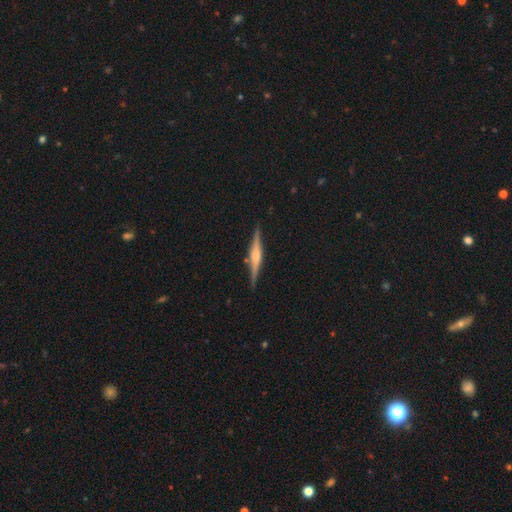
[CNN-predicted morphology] Smooth or featured? featured or disk (72%)
Edge-on disk? yes (98%)
Edge-on bulge? rounded (65%)
Merging? none (88%)